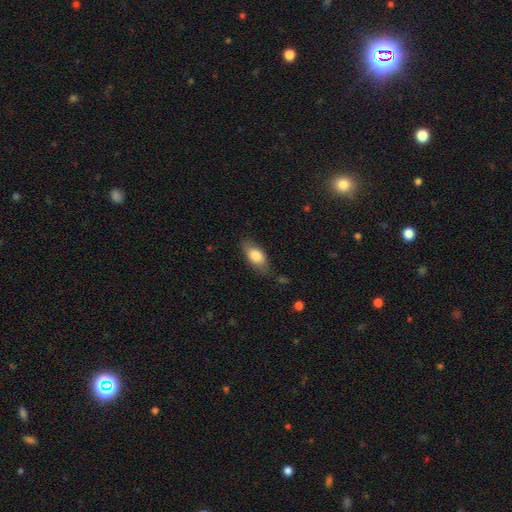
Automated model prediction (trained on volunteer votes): smooth-or-featured: smooth: 77% | featured or disk: 16% | star or artifact: 7%
  how-rounded: in between: 87% | cigar-shaped: 8% | round: 5%
  merging: none: 75% | minor disturbance: 18% | major disturbance: 4% | merger: 2%